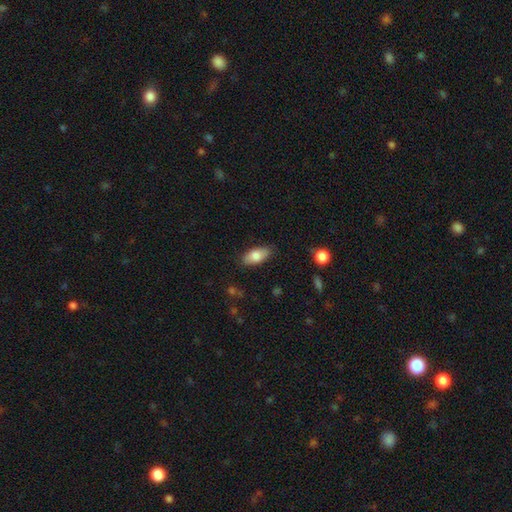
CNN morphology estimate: A smooth galaxy with no disk features (78%) that is in between round and cigar-shaped (90%). Merging: none (82%).